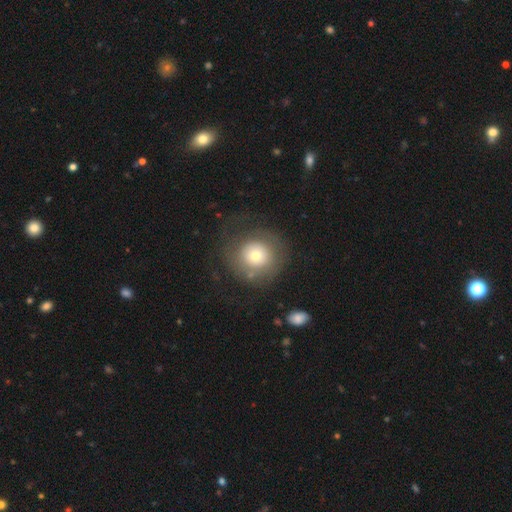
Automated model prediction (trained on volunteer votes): smooth 60%, featured or disk 30%, star or artifact 10%. Down the decision tree: how rounded — round (91%); merging — none (65%).